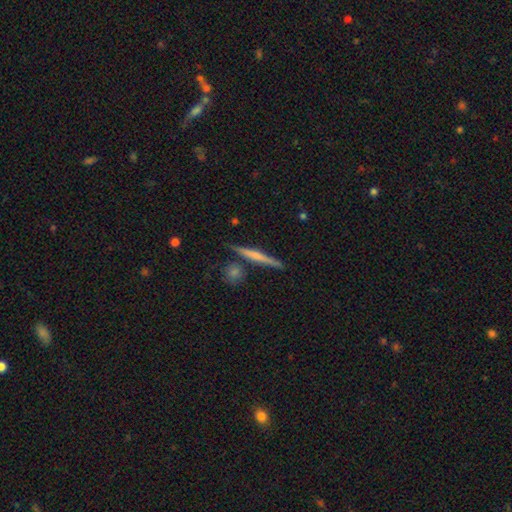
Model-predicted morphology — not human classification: Q: Smooth or featured?
A: featured or disk (51%); runner-up: smooth (43%)
Q: Edge-on disk?
A: yes (97%); runner-up: no (3%)
Q: Merging?
A: none (84%); runner-up: minor disturbance (9%)